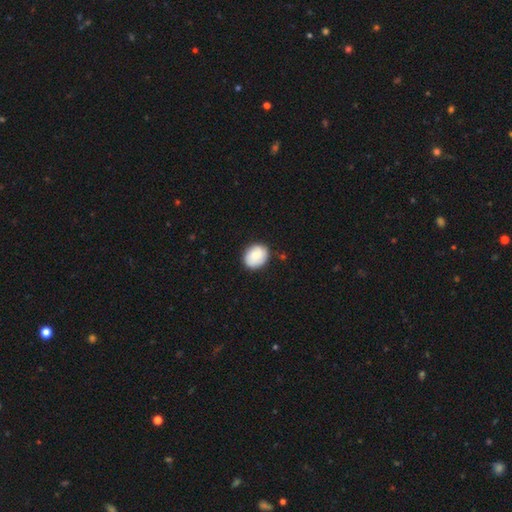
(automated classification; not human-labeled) Morphology: type=smooth (85%); roundness=round (50%); merging=none (83%).